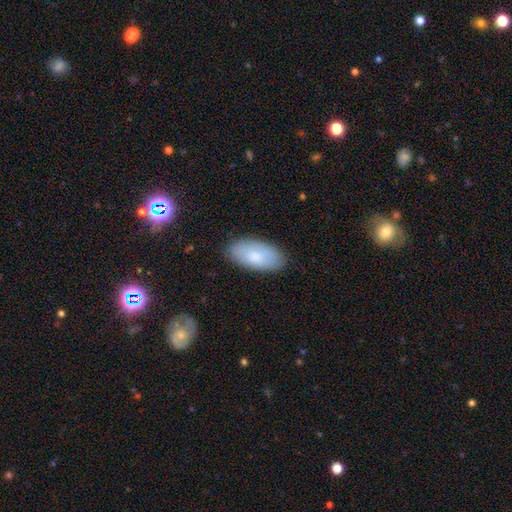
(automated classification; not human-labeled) This is likely a smooth galaxy (76%). How rounded: clearly in between (93%). Merging: clearly none (85%).